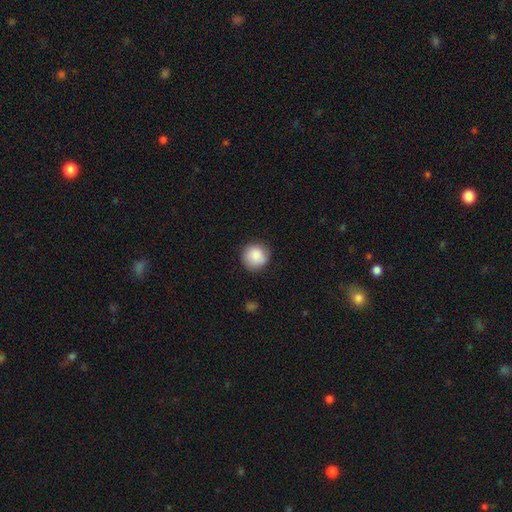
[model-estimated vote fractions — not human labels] Overall: smooth (86%). How rounded: round (93%). Merging: none (85%).